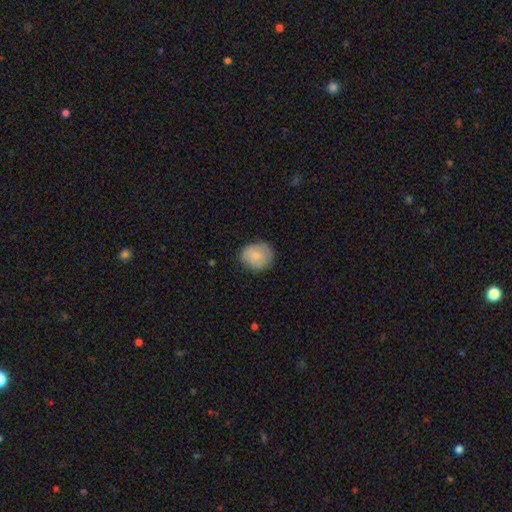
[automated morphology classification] A smooth galaxy with no disk features (78%) that is round (74%).

Vote fractions:
- Smooth or featured? smooth: 78% / featured or disk: 15% / star or artifact: 7%
- How rounded? round: 74% / in between: 25% / cigar-shaped: 1%
- Merging? none: 79% / minor disturbance: 17% / major disturbance: 3% / merger: 1%